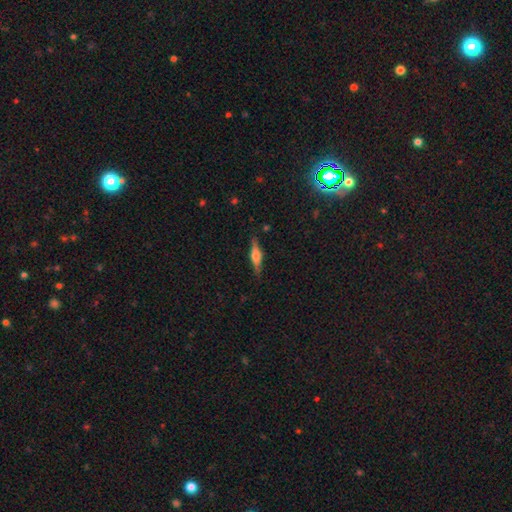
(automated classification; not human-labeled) A featured or disk galaxy (60%) viewed edge-on (96%) with a rounded central bulge (82%). Merging: none (86%).